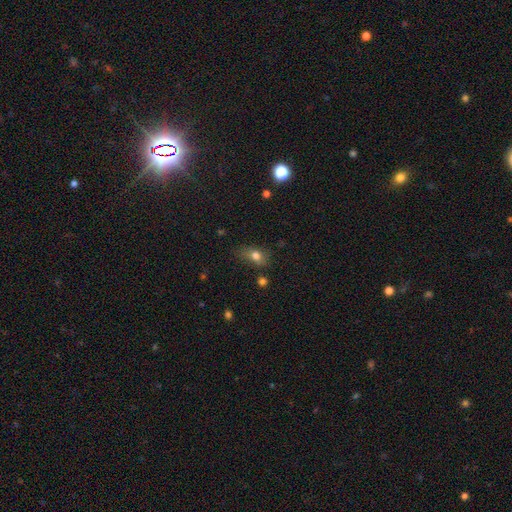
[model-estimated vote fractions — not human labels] This is likely a smooth galaxy (76%). How rounded: likely in between (72%). Merging: possibly none (55%).